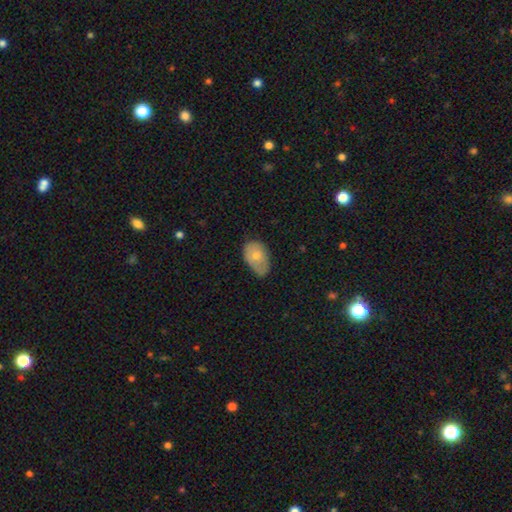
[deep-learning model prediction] Smooth or featured: smooth — 72% (featured or disk — 21%)
How rounded: in between — 87% (round — 12%)
Merging: none — 44% (minor disturbance — 43%)